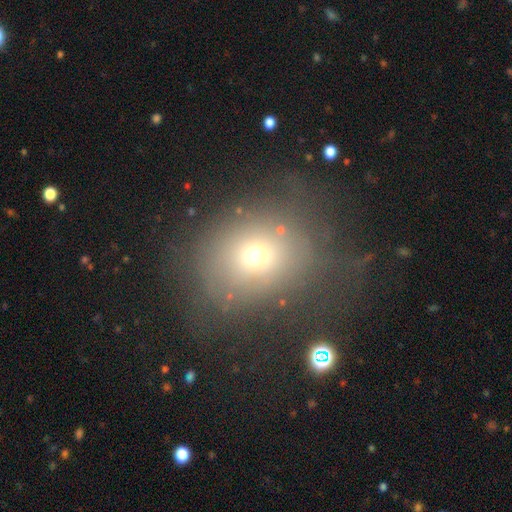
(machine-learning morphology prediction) This appears to be a smooth galaxy with no disk features (63%) that is round (67%). Merging: none (60%).